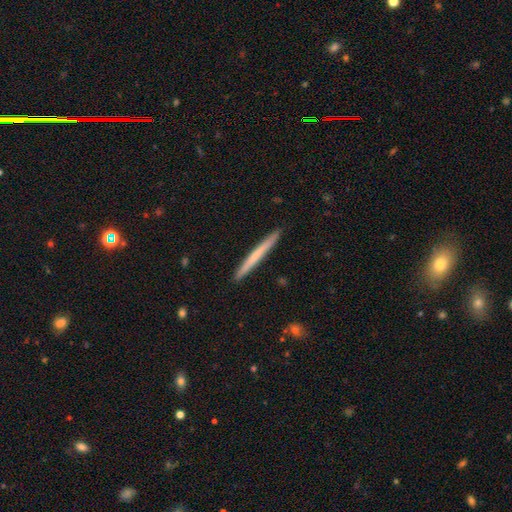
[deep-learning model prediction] Smooth or featured: smooth — 58% (featured or disk — 37%)
How rounded: cigar-shaped — 97% (in between — 1%)
Merging: none — 92% (minor disturbance — 6%)